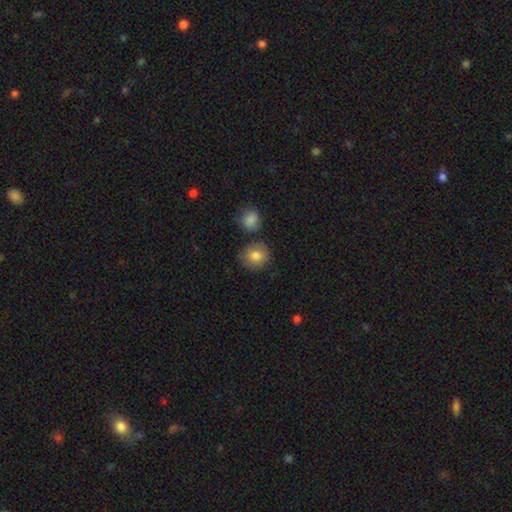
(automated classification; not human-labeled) A smooth galaxy with no disk features (83%) that is round (81%).

Vote fractions:
- Smooth or featured? smooth: 83% / star or artifact: 9% / featured or disk: 9%
- How rounded? round: 81% / in between: 18% / cigar-shaped: 1%
- Merging? none: 75% / minor disturbance: 13% / merger: 8% / major disturbance: 3%